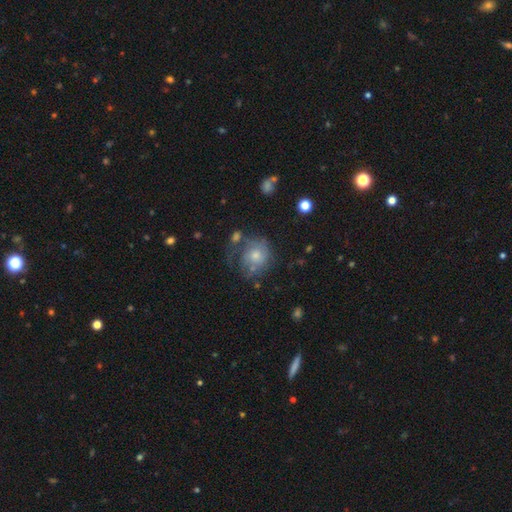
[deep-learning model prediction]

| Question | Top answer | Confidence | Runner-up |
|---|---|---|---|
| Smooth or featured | smooth | 51% | featured or disk (39%) |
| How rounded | round | 78% | in between (21%) |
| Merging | none | 42% | major disturbance (25%) |